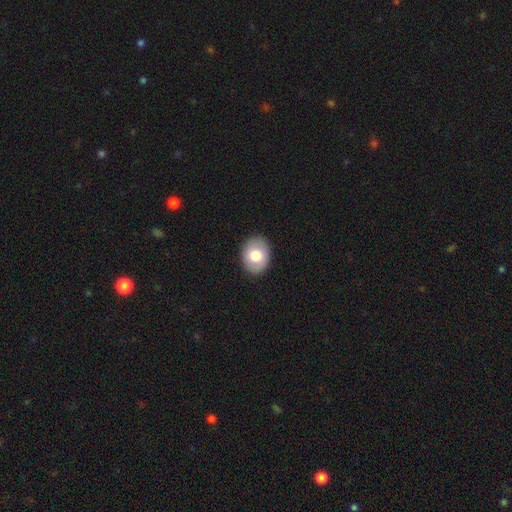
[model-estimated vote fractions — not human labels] Q: Smooth or featured?
A: smooth (76%); runner-up: featured or disk (18%)
Q: How rounded?
A: in between (60%); runner-up: round (39%)
Q: Merging?
A: none (89%); runner-up: minor disturbance (8%)